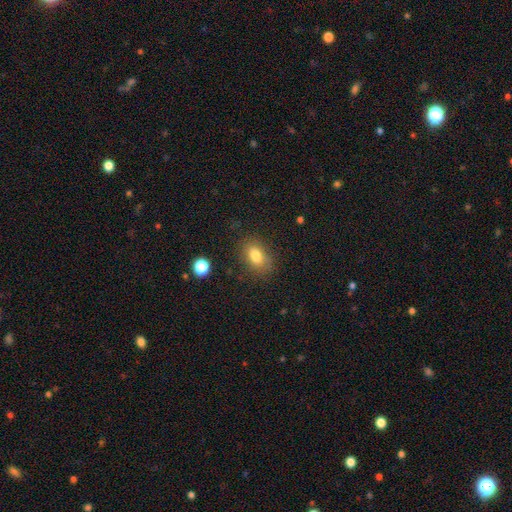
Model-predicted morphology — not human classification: This is clearly a smooth galaxy (81%). How rounded: clearly in between (81%). Merging: likely none (79%).